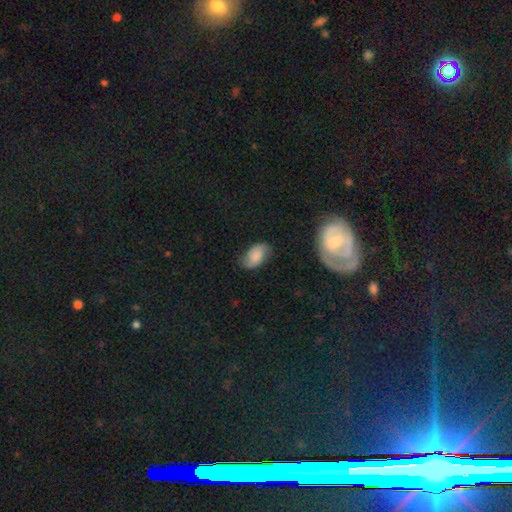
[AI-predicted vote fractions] smooth-or-featured: smooth: 62% | featured or disk: 29% | star or artifact: 9%
  how-rounded: in between: 92% | round: 7% | cigar-shaped: 2%
  merging: none: 67% | minor disturbance: 25% | major disturbance: 6% | merger: 2%